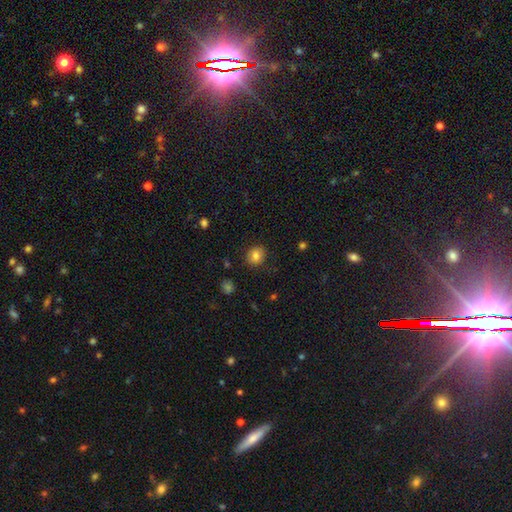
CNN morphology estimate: type=smooth (82%); roundness=round (74%); merging=none (88%).